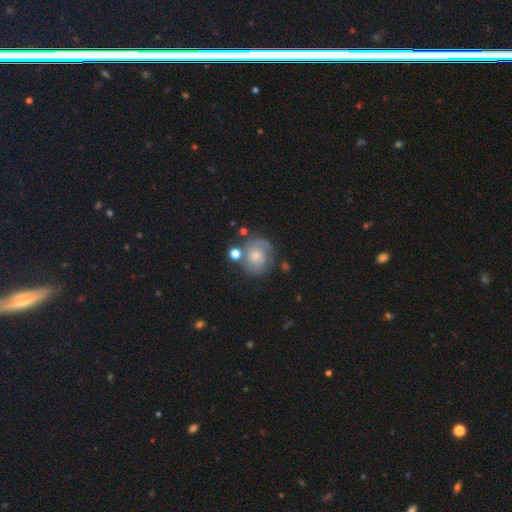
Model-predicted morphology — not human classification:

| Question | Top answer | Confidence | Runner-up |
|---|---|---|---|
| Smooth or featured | featured or disk | 74% | smooth (19%) |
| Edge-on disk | no | 98% | yes (2%) |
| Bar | no | 75% | weak (22%) |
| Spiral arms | yes | 93% | no (7%) |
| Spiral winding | tight | 52% | medium (36%) |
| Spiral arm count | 2 | 50% | can't tell (20%) |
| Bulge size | small | 56% | moderate (35%) |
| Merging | none | 63% | minor disturbance (18%) |